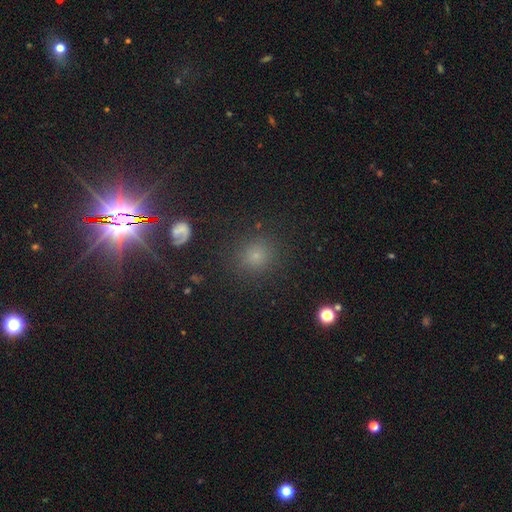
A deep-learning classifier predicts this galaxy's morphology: Smooth or featured? smooth (66%)
How rounded? round (88%)
Merging? none (87%)